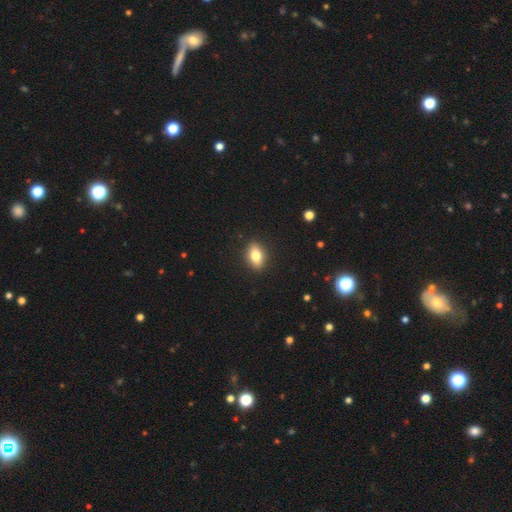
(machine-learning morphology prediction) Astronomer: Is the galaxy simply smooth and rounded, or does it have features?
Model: smooth — 79%.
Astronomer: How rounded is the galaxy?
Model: in between — 80%.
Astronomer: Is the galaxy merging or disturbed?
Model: none — 90%.